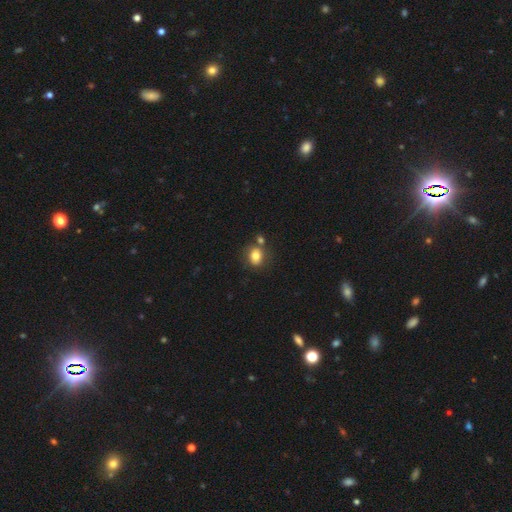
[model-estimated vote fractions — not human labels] Smooth or featured? Predicted: smooth (p=0.80). How rounded? Predicted: round (p=0.55). Merging? Predicted: none (p=0.63).